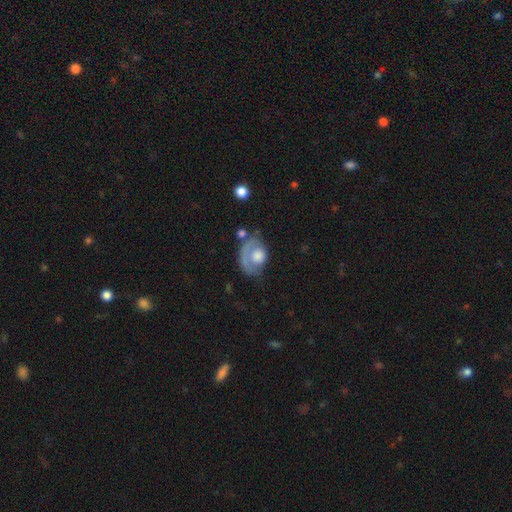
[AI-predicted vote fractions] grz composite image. It shows a smooth galaxy with no disk features (48%). Merging: none (37%).